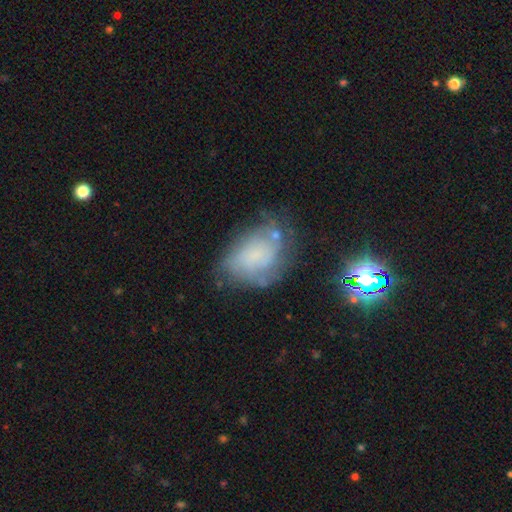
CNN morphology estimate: Overall: smooth (43%; featured or disk 42%). Merging: none (48%; minor disturbance 29%).